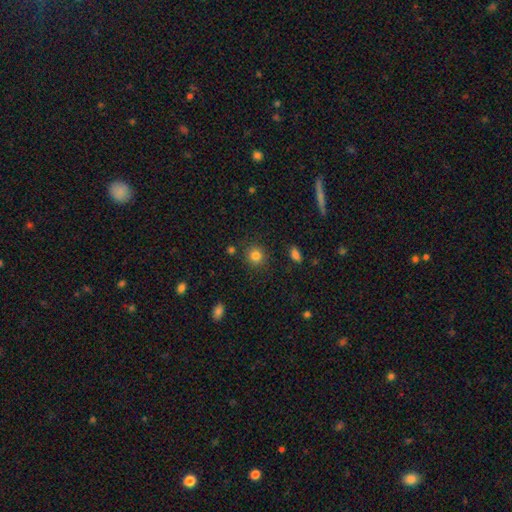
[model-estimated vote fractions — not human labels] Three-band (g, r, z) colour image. It shows a smooth galaxy with no disk features (83%) that is round (88%). Merging: none (87%).